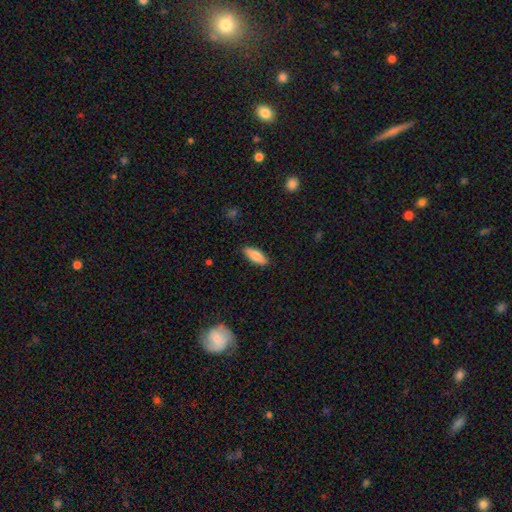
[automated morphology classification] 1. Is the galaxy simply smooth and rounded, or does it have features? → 75% smooth, 19% featured or disk, 6% star or artifact.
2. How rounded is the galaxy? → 69% in between, 29% cigar-shaped, 2% round.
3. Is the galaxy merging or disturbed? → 86% none, 11% minor disturbance, 2% major disturbance, 1% merger.